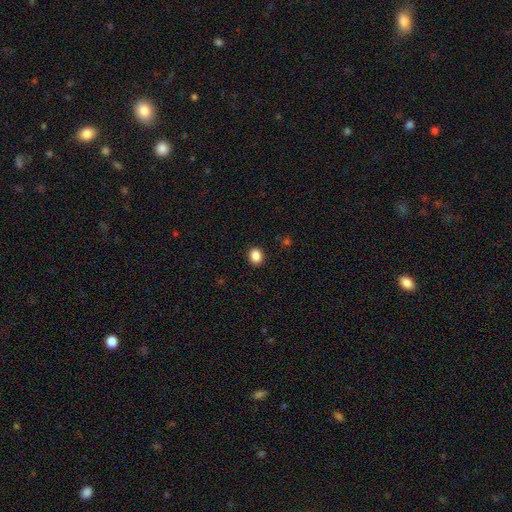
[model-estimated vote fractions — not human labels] Smooth or featured? smooth (87%)
How rounded? round (50%)
Merging? none (91%)